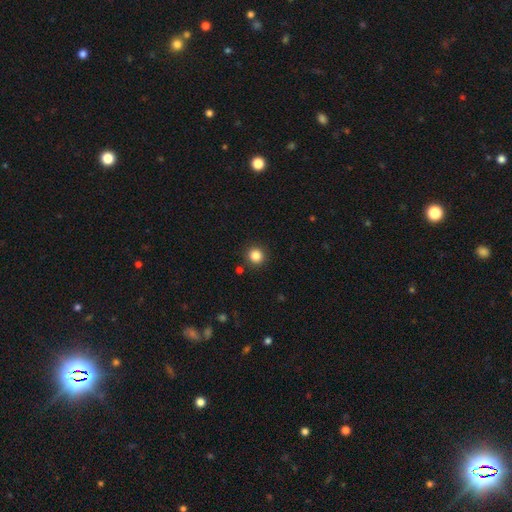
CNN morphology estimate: smooth_or_featured: smooth (p=0.85) [alt: star or artifact p=0.11]
how_rounded: round (p=0.94) [alt: in between p=0.05]
merging: none (p=0.91) [alt: minor disturbance p=0.06]